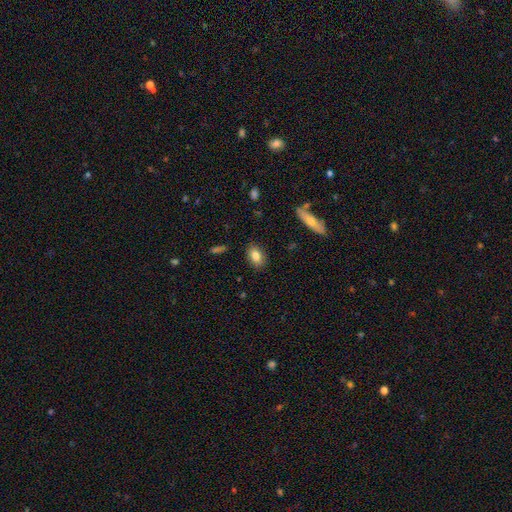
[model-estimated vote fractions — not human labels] smooth-or-featured: smooth: 82% | featured or disk: 10% | star or artifact: 7%
  how-rounded: in between: 85% | round: 13% | cigar-shaped: 3%
  merging: none: 86% | minor disturbance: 10% | major disturbance: 2% | merger: 1%